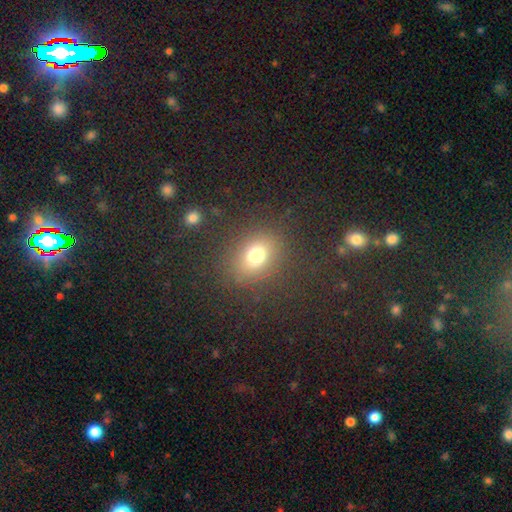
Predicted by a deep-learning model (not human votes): This is likely a smooth galaxy (72%). How rounded: possibly round (55%). Merging: clearly none (84%).